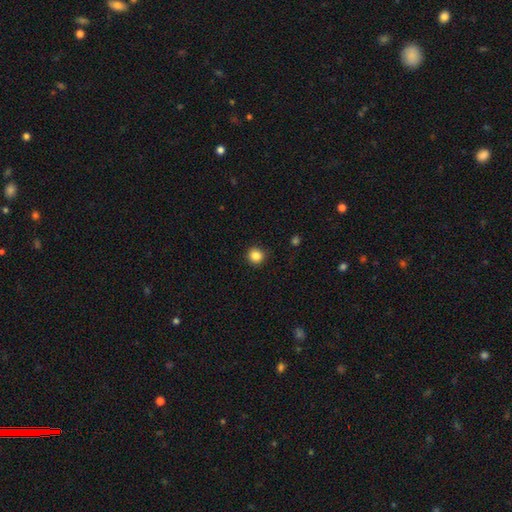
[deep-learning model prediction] Q: Smooth or featured?
A: smooth (86%); runner-up: star or artifact (11%)
Q: How rounded?
A: round (93%); runner-up: in between (6%)
Q: Merging?
A: none (91%); runner-up: minor disturbance (6%)